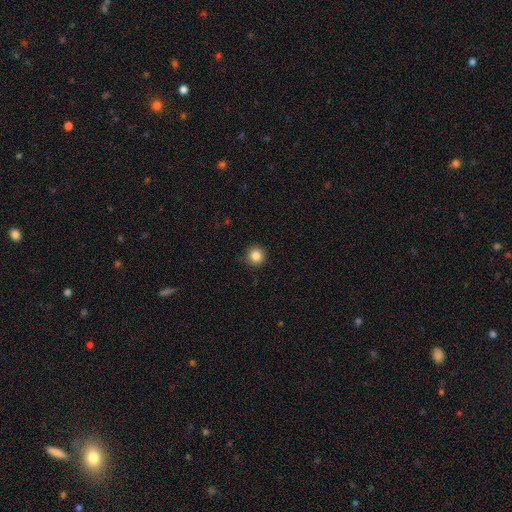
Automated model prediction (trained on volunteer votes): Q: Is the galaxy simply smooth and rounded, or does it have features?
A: smooth — 85%.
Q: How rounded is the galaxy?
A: round — 95%.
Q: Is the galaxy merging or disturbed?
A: none — 91%.